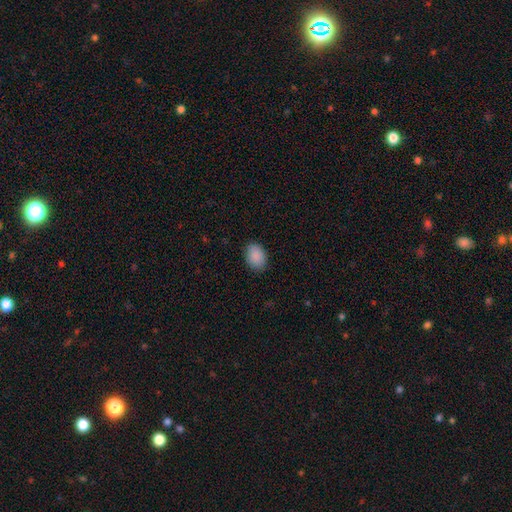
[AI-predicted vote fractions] The model was most divided on "how rounded": in between: 72%, round: 27%, cigar-shaped: 1%. More confident: smooth or featured — smooth (90%); merging — none (87%).